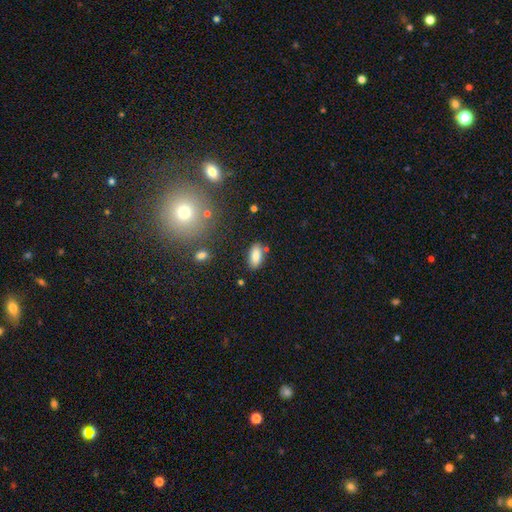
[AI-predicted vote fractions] Overall: smooth (85%). How rounded: in between (89%). Merging: none (79%).